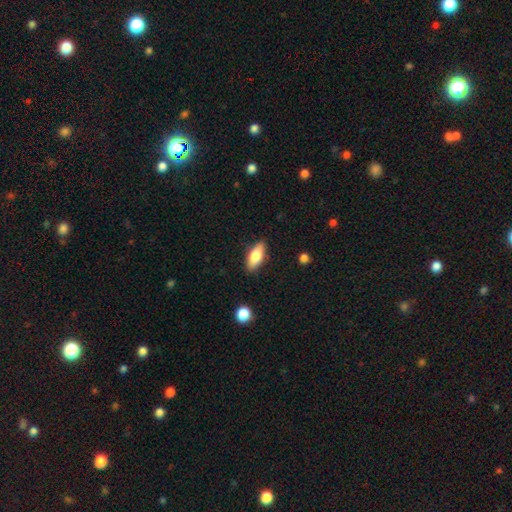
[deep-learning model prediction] Smooth or featured?
  - smooth: 76% *
  - featured or disk: 18%
  - star or artifact: 7%
How rounded?
  - in between: 79% *
  - cigar-shaped: 18%
  - round: 3%
Merging?
  - none: 86% *
  - minor disturbance: 10%
  - major disturbance: 2%
  - merger: 1%